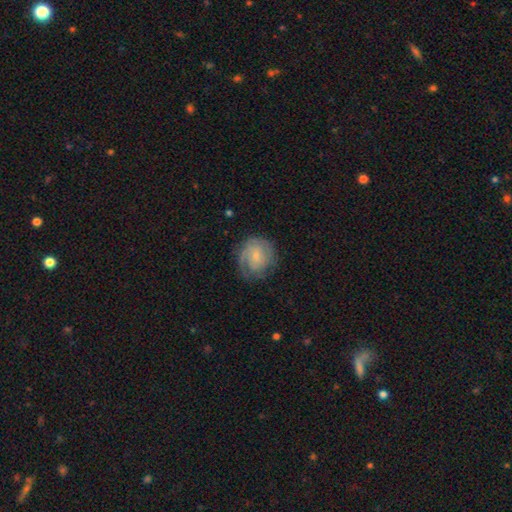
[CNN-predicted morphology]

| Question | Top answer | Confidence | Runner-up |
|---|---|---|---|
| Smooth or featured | featured or disk | 65% | smooth (28%) |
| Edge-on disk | no | 98% | yes (2%) |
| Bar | no | 60% | weak (34%) |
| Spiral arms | yes | 89% | no (11%) |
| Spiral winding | tight | 60% | medium (30%) |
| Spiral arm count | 2 | 34% | can't tell (32%) |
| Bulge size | small | 69% | moderate (21%) |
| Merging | none | 70% | minor disturbance (20%) |